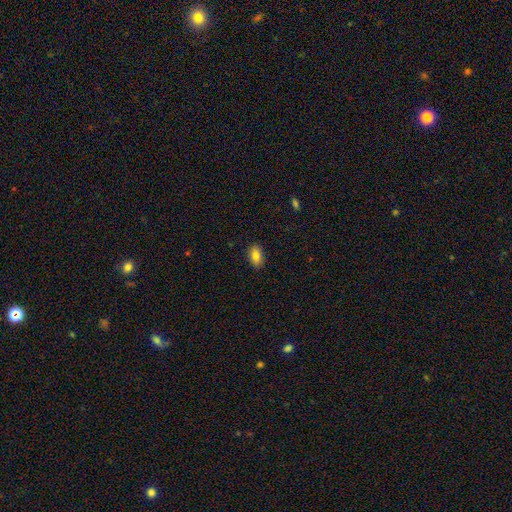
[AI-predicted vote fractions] smooth 84%, featured or disk 8%, star or artifact 8%. Down the decision tree: how rounded — in between (88%); merging — none (86%).